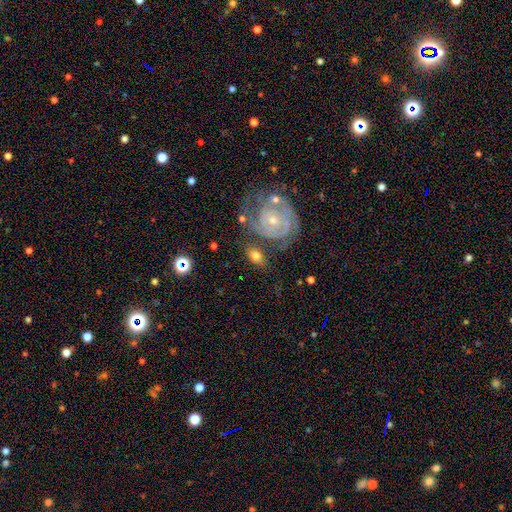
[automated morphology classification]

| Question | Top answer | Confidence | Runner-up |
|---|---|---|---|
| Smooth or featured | smooth | 48% | featured or disk (44%) |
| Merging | none | 62% | minor disturbance (18%) |